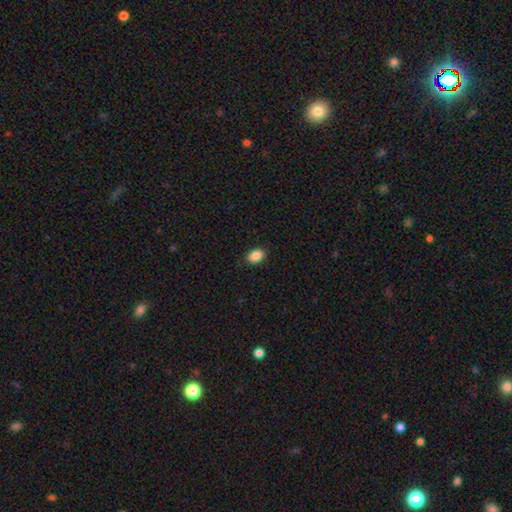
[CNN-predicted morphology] Q: Smooth or featured?
A: smooth (88%); runner-up: star or artifact (8%)
Q: How rounded?
A: in between (80%); runner-up: round (19%)
Q: Merging?
A: none (89%); runner-up: minor disturbance (8%)